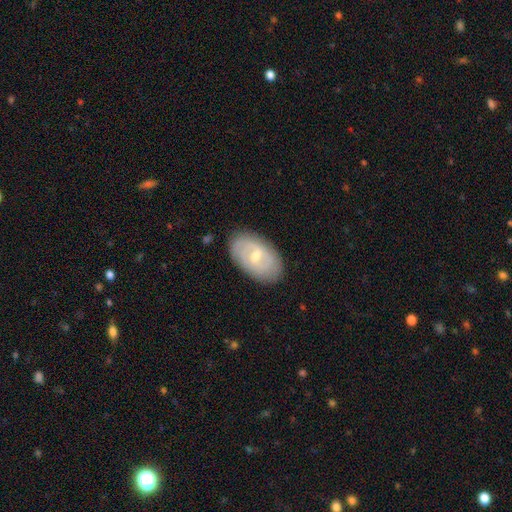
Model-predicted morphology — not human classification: Smooth or featured: featured or disk — 61% (smooth — 33%)
Edge-on disk: no — 93% (yes — 7%)
Bar: weak — 51% (no — 36%)
Spiral arms: yes — 65% (no — 35%)
Bulge size: moderate — 50% (small — 46%)
Merging: none — 84% (minor disturbance — 12%)